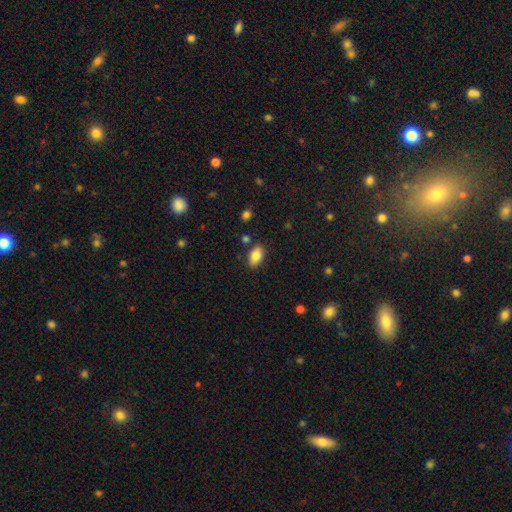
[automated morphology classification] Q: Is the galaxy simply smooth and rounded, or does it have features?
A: smooth — 85%.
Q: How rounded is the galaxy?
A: in between — 92%.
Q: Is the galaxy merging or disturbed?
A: none — 84%.